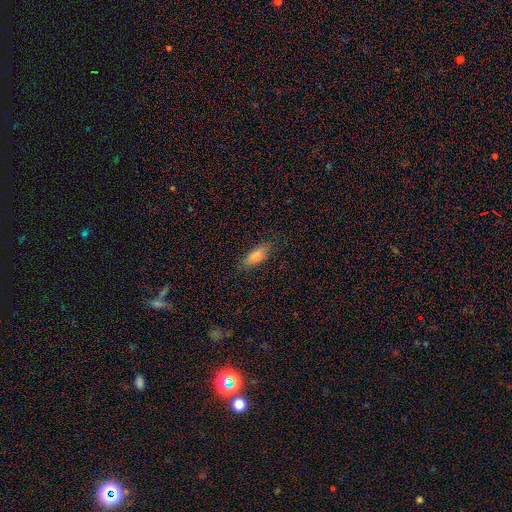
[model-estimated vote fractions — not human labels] Smooth or featured? smooth (81%)
How rounded? in between (74%)
Merging? none (80%)